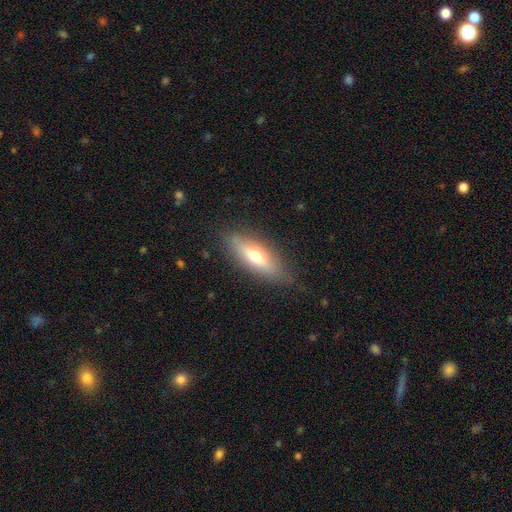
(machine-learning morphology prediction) smooth 56%, featured or disk 37%, star or artifact 7%. Down the decision tree: how rounded — in between (58%); merging — none (81%).